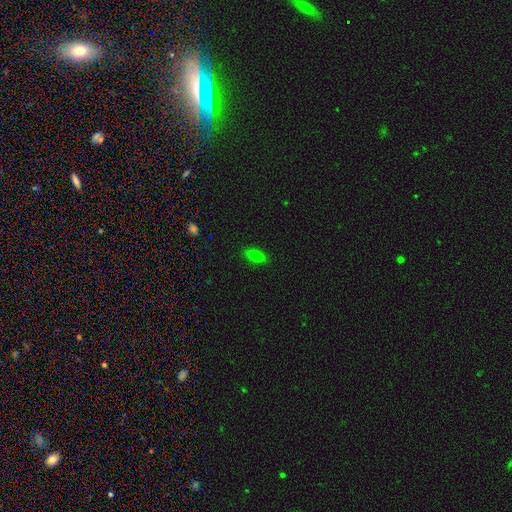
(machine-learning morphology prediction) Smooth or featured: smooth — 74% (featured or disk — 14%)
How rounded: in between — 78% (cigar-shaped — 15%)
Merging: none — 87% (minor disturbance — 10%)